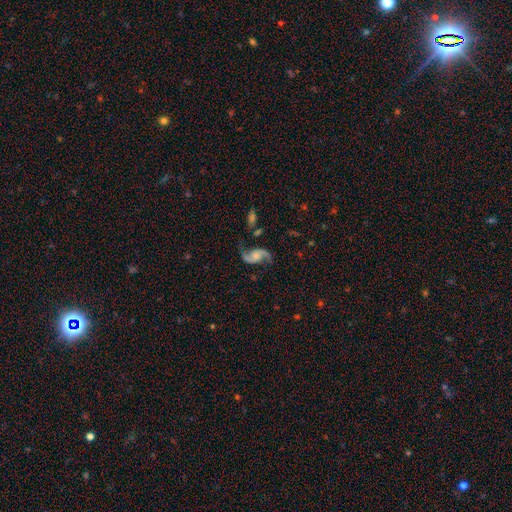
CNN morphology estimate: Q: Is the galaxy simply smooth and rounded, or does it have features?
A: featured or disk — 88%.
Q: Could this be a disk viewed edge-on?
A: no — 98%.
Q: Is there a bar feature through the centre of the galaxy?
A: no — 62%.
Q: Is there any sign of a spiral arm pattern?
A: yes — 97%.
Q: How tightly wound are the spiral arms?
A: loose — 69%.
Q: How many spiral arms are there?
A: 2 — 94%.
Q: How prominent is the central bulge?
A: small — 35%.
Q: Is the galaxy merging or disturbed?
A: none — 73%.